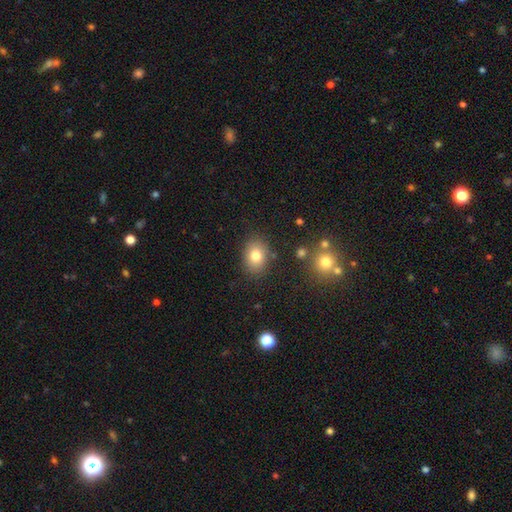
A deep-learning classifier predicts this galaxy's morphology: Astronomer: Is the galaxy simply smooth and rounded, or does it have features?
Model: smooth — 78%.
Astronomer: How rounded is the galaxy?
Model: in between — 63%.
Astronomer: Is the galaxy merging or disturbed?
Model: none — 83%.